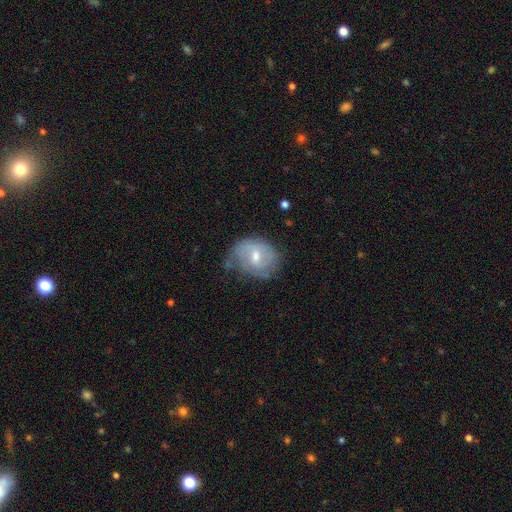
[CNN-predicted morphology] smooth-or-featured: featured or disk: 59% | smooth: 33% | star or artifact: 8%
  disk-edge-on: no: 96% | yes: 4%
    bar: weak: 54% | no: 35% | strong: 11%
    has-spiral-arms: yes: 74% | no: 26%
    bulge-size: moderate: 60% | small: 35% | large: 3% | none: 2% | dominant: 1%
  merging: none: 54% | minor disturbance: 32% | major disturbance: 12% | merger: 2%